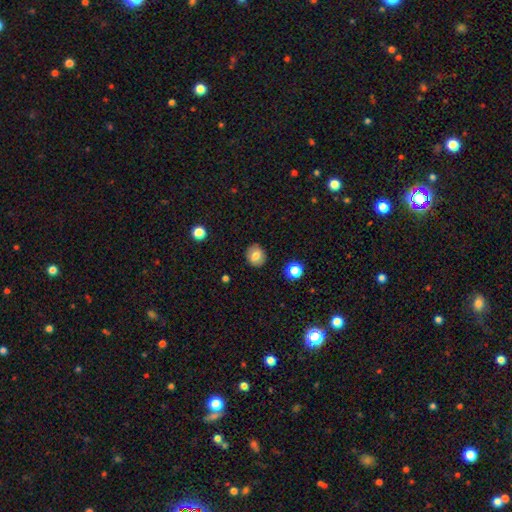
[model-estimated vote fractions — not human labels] Overall: smooth (76%). How rounded: round (72%). Merging: none (88%).